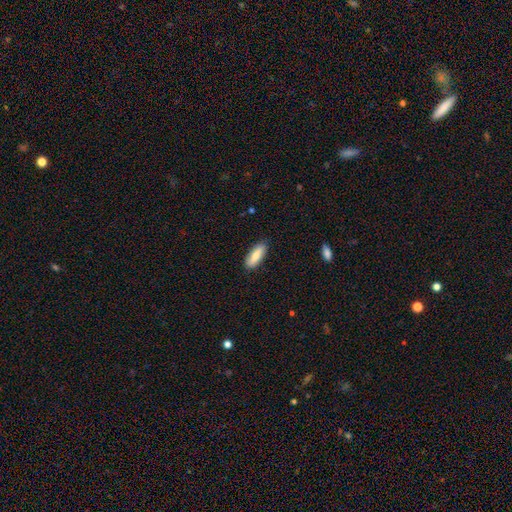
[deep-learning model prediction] Q: Smooth or featured?
A: smooth (78%); runner-up: featured or disk (16%)
Q: How rounded?
A: in between (69%); runner-up: cigar-shaped (29%)
Q: Merging?
A: none (87%); runner-up: minor disturbance (10%)